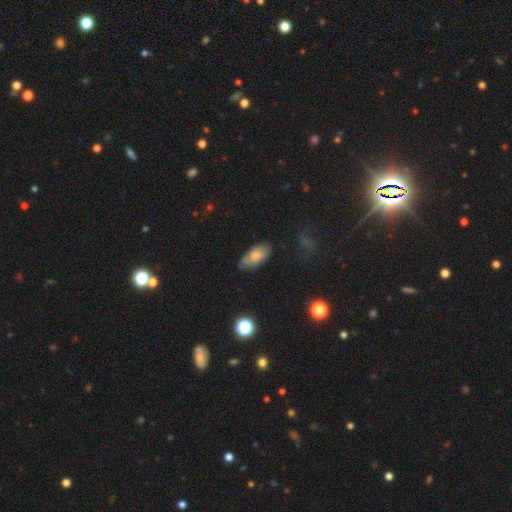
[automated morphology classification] Smooth or featured? smooth (67%)
How rounded? in between (90%)
Merging? none (66%)